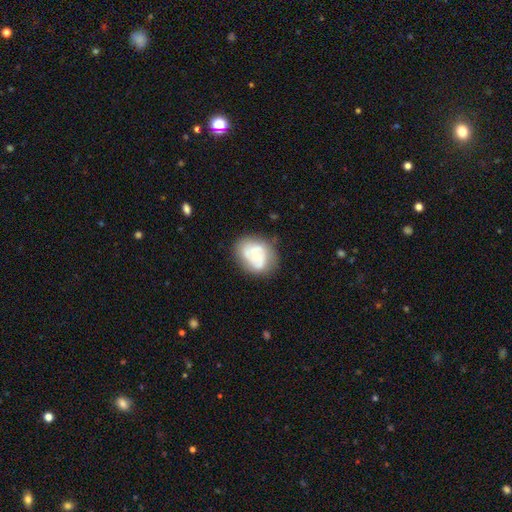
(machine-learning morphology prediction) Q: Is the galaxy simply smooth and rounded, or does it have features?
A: featured or disk — 63%.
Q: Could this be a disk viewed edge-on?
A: no — 97%.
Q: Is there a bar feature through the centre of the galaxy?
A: no — 67%.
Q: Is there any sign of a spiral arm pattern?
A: yes — 63%.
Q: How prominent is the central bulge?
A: small — 48%.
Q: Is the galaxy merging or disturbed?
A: none — 66%.